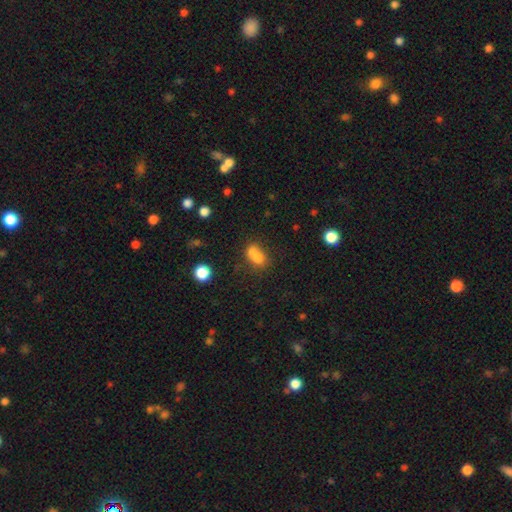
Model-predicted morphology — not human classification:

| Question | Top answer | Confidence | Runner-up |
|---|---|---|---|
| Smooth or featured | smooth | 70% | featured or disk (17%) |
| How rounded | round | 54% | in between (44%) |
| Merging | merger | 64% | none (25%) |